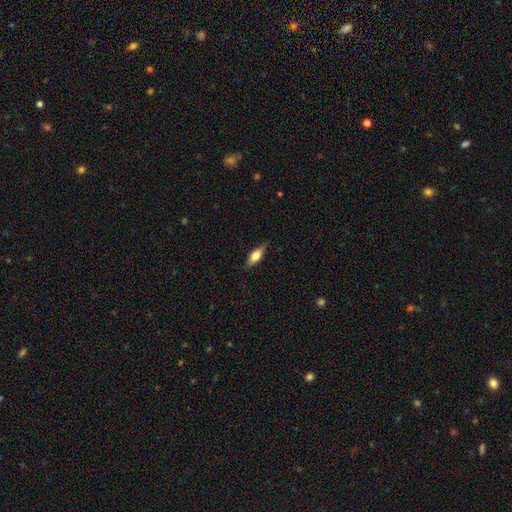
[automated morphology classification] Q: Smooth or featured?
A: smooth (59%); runner-up: featured or disk (34%)
Q: How rounded?
A: in between (63%); runner-up: cigar-shaped (33%)
Q: Merging?
A: none (83%); runner-up: minor disturbance (14%)